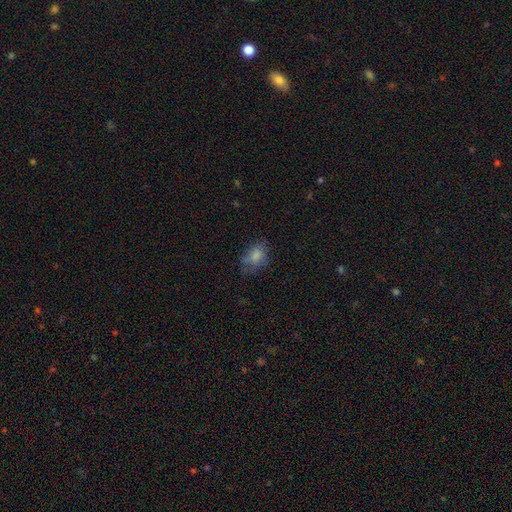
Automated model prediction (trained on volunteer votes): Smooth or featured?
  - smooth: 76% *
  - featured or disk: 13%
  - star or artifact: 11%
How rounded?
  - in between: 74% *
  - round: 24%
  - cigar-shaped: 2%
Merging?
  - none: 54% *
  - minor disturbance: 27%
  - major disturbance: 17%
  - merger: 3%